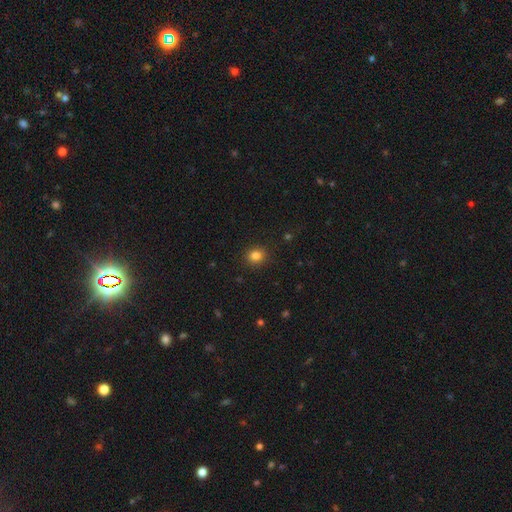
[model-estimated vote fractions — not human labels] Overall: smooth (83%). How rounded: round (81%). Merging: none (90%).